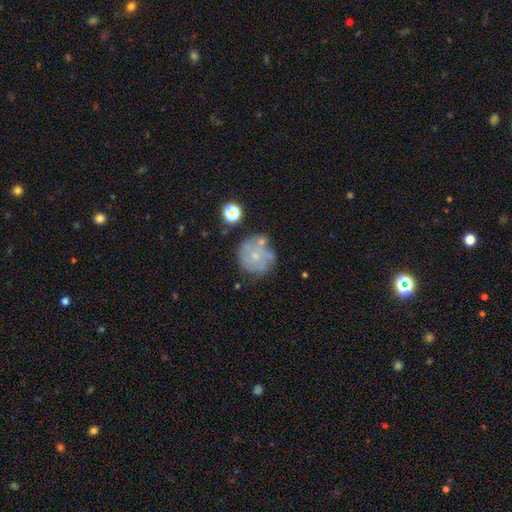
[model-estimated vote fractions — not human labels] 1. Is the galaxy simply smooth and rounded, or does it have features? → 54% featured or disk, 35% smooth, 11% star or artifact.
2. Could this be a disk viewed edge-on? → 98% no, 2% yes.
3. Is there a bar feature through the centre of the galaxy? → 85% no, 13% weak, 2% strong.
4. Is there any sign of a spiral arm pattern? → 64% yes, 36% no.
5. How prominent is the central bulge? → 75% small, 17% moderate, 6% none, 1% large, 1% dominant.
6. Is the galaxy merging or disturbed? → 61% none, 20% minor disturbance, 11% merger, 8% major disturbance.